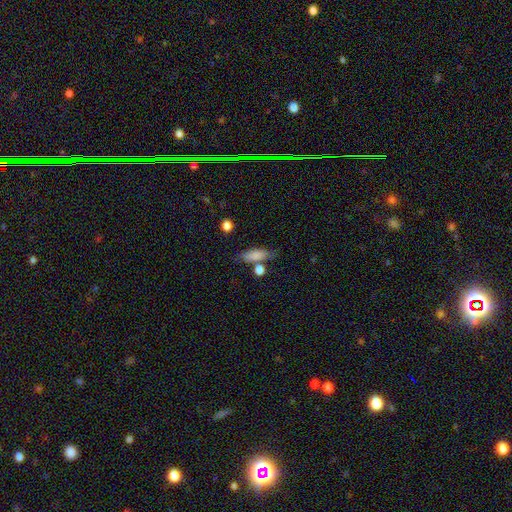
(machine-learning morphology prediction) Overall: smooth (81%). How rounded: in between (59%; cigar-shaped 37%). Merging: none (64%).